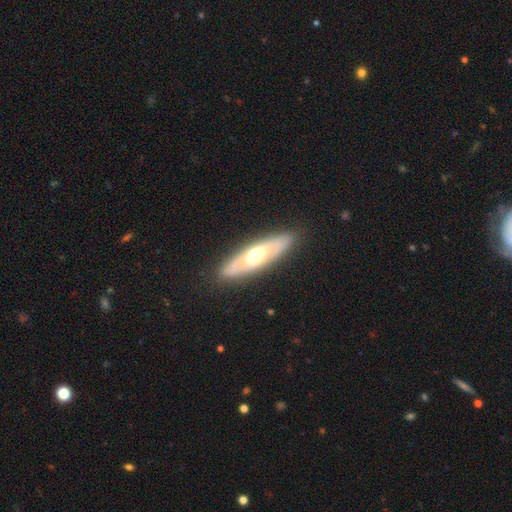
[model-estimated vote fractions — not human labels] Overall: featured or disk (61%; smooth 34%). Edge-on disk: no (59%; yes 41%). Merging: none (86%).